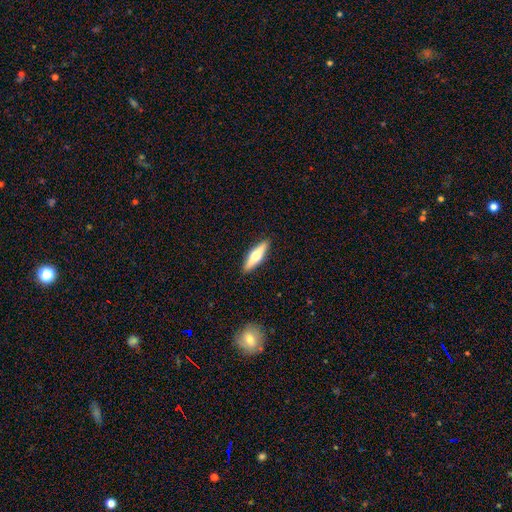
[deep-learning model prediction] A featured or disk galaxy (49%). Merging: none (90%).